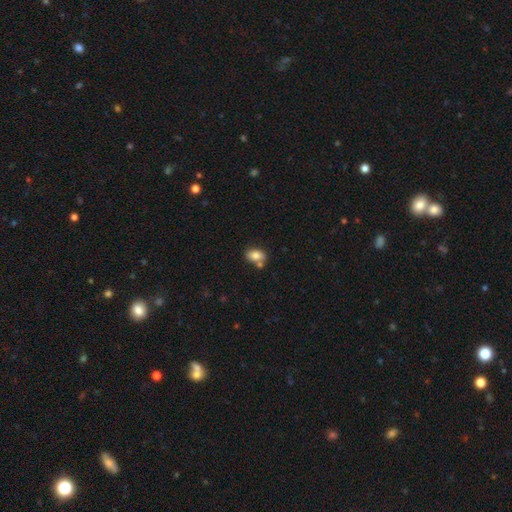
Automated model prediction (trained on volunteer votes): The model was most divided on "merging": none: 58%, merger: 24%, minor disturbance: 14%, major disturbance: 4%. More confident: smooth or featured — smooth (80%); how rounded — in between (79%).